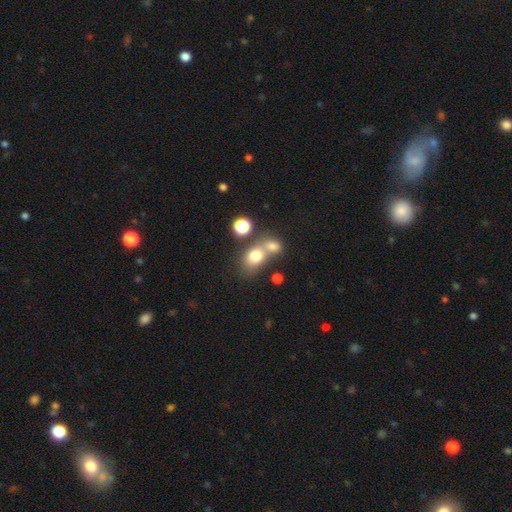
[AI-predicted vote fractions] smooth-or-featured: smooth: 75% | star or artifact: 13% | featured or disk: 12%
  how-rounded: in between: 59% | round: 40% | cigar-shaped: 2%
  merging: merger: 48% | none: 37% | minor disturbance: 10% | major disturbance: 5%